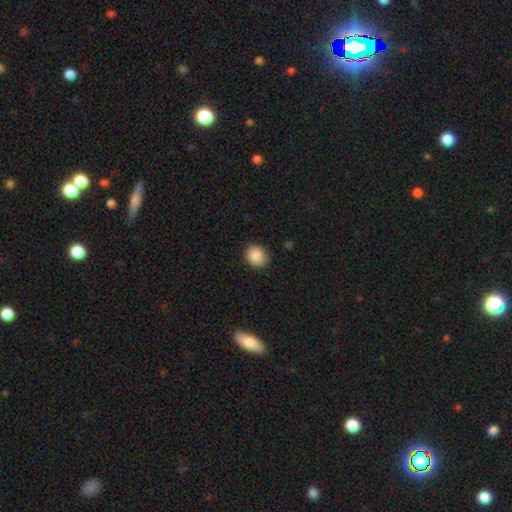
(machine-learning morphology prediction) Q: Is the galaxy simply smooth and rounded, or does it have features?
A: smooth — 88%.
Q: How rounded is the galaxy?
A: round — 62%.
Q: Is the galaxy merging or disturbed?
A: none — 88%.